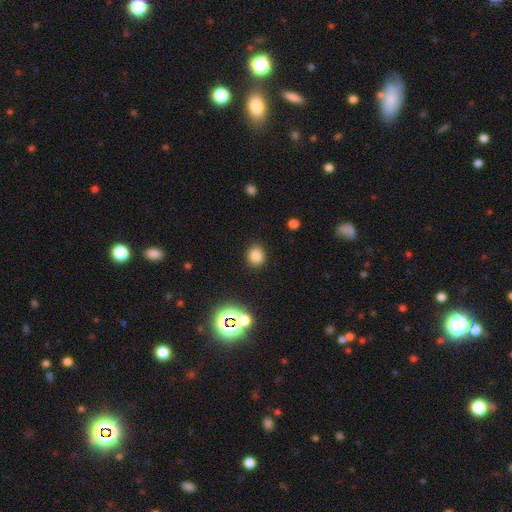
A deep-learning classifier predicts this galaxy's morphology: The model was most divided on "how rounded": round: 74%, in between: 25%, cigar-shaped: 1%. More confident: merging — none (86%); smooth or featured — smooth (80%).